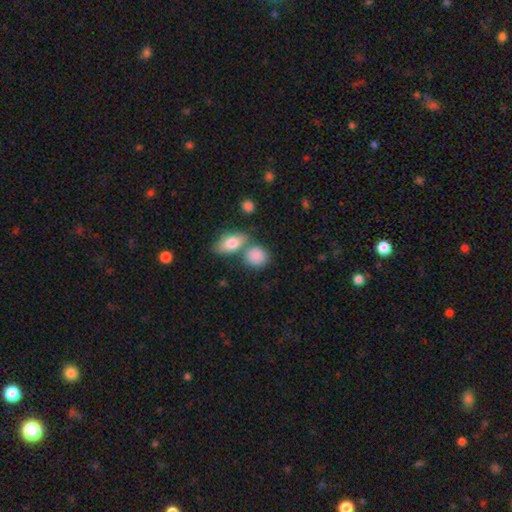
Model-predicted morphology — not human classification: A smooth galaxy with no disk features (86%) that is round (57%). Merging: none (53%).